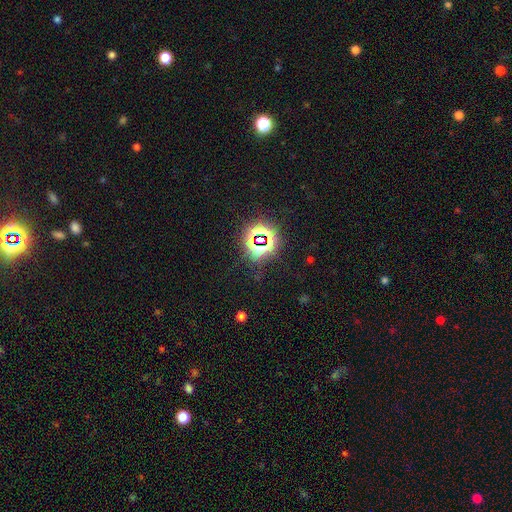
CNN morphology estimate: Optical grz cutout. It shows a star or artifact, not a galaxy (78%).